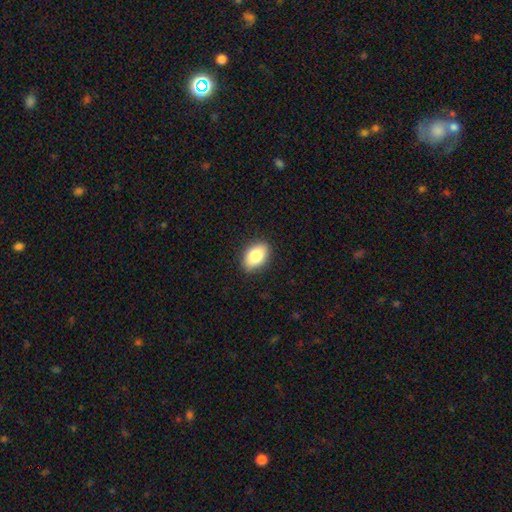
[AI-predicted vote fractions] Smooth or featured?
  - smooth: 82% *
  - featured or disk: 11%
  - star or artifact: 7%
How rounded?
  - in between: 88% *
  - round: 11%
  - cigar-shaped: 2%
Merging?
  - none: 88% *
  - minor disturbance: 9%
  - major disturbance: 2%
  - merger: 1%